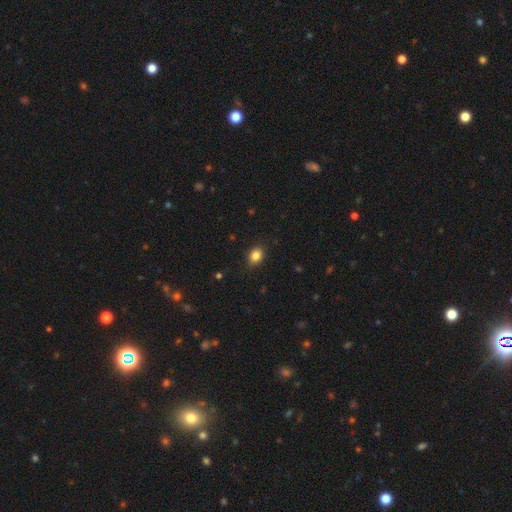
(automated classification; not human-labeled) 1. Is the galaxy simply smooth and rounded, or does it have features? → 85% smooth, 10% star or artifact, 5% featured or disk.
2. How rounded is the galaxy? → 54% in between, 45% round, 1% cigar-shaped.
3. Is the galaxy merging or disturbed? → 88% none, 9% minor disturbance, 2% major disturbance, 1% merger.